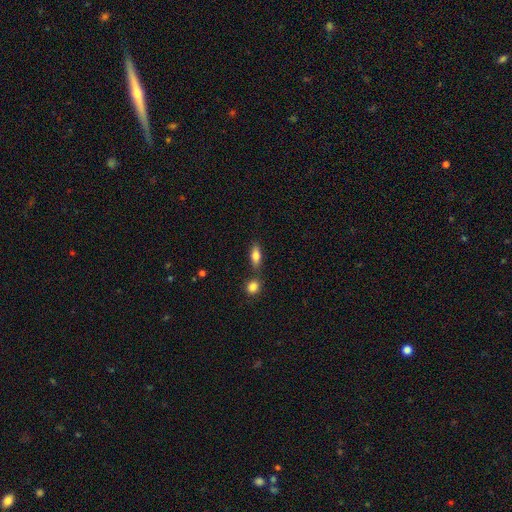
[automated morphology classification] Smooth or featured? smooth (75%)
How rounded? in between (70%)
Merging? none (72%)